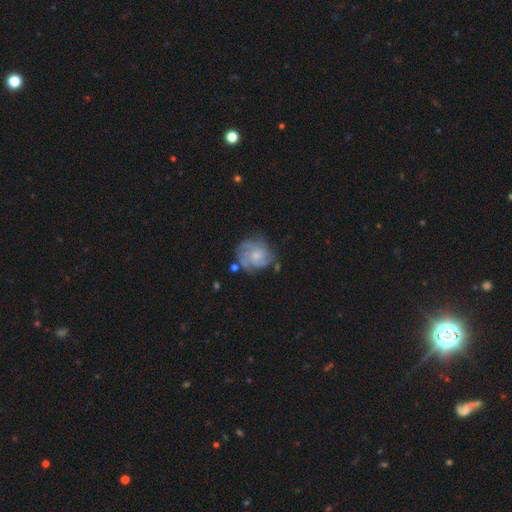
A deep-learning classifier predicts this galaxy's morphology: featured or disk 74%, smooth 19%, star or artifact 7%. Down the decision tree: edge-on disk — no (98%); bar — no (76%); spiral arms — yes (90%); spiral arm count — can't tell (30%); spiral winding — tight (54%); bulge size — small (53%); merging — none (63%).